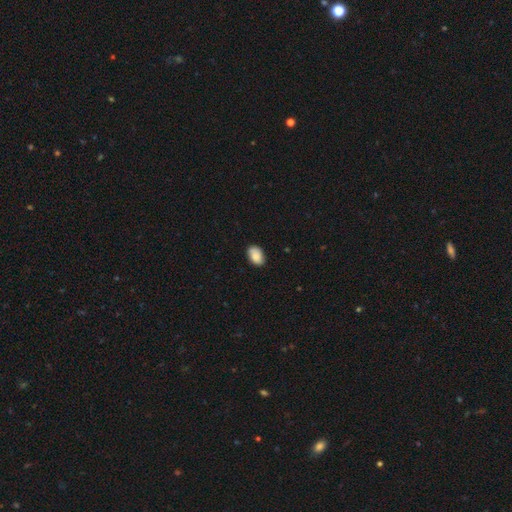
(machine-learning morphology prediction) A smooth galaxy with no disk features (86%) that is in between round and cigar-shaped (90%).

Vote fractions:
- Smooth or featured? smooth: 86% / featured or disk: 7% / star or artifact: 7%
- How rounded? in between: 90% / round: 9% / cigar-shaped: 1%
- Merging? none: 84% / minor disturbance: 13% / major disturbance: 2% / merger: 1%